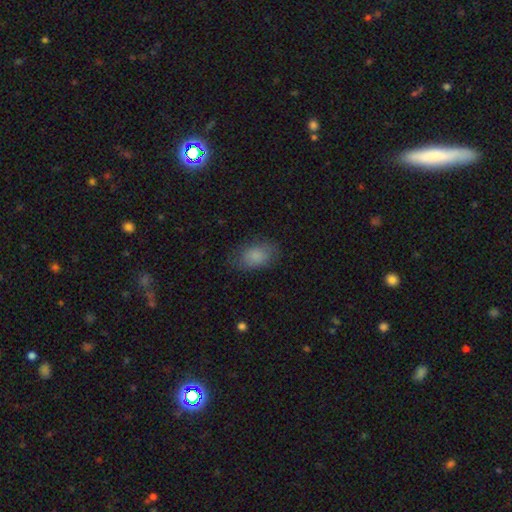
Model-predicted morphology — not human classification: Smooth or featured?
  - smooth: 84% *
  - featured or disk: 8%
  - star or artifact: 8%
How rounded?
  - in between: 89% *
  - round: 9%
  - cigar-shaped: 2%
Merging?
  - none: 76% *
  - minor disturbance: 17%
  - major disturbance: 6%
  - merger: 1%